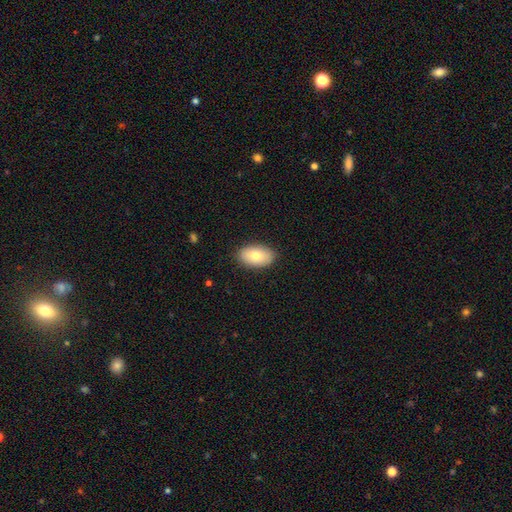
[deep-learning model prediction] smooth-or-featured: smooth: 77% | featured or disk: 16% | star or artifact: 7%
  how-rounded: in between: 93% | round: 6% | cigar-shaped: 1%
  merging: none: 87% | minor disturbance: 9% | major disturbance: 2% | merger: 1%